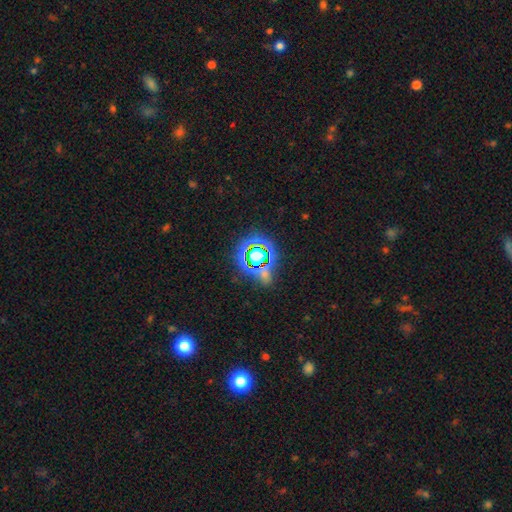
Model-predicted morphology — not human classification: star or artifact 61%, smooth 26%, featured or disk 12%.